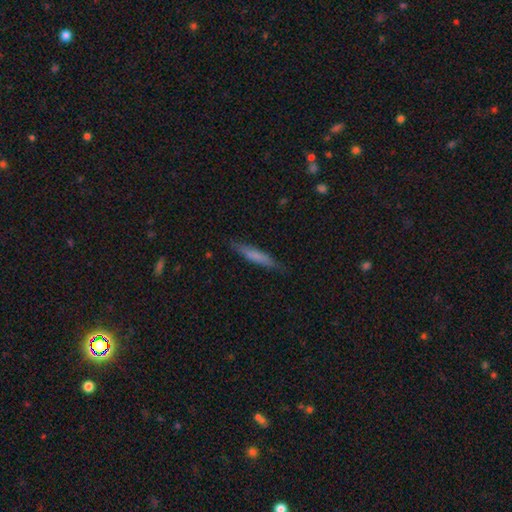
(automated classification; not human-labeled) Morphology: type=smooth (63%); roundness=cigar-shaped (93%); merging=none (85%).